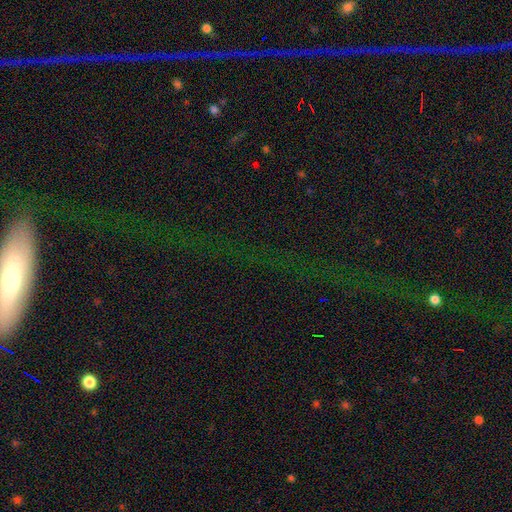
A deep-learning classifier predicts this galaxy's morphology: A star or artifact, not a galaxy (76%).